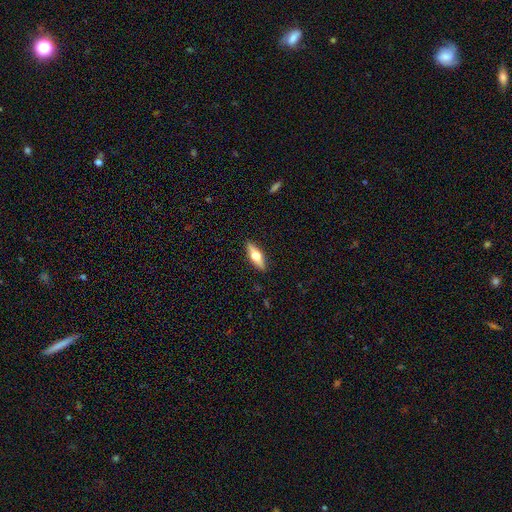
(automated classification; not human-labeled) A featured or disk galaxy (51%) viewed edge-on (91%). Merging: none (90%).